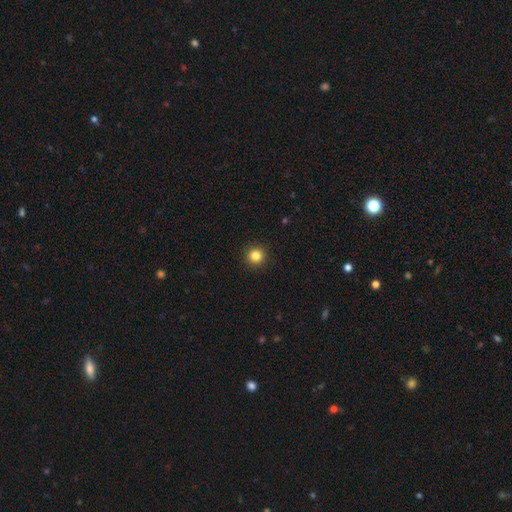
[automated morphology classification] The model was most divided on "smooth or featured": smooth: 83%, star or artifact: 12%, featured or disk: 4%. More confident: how rounded — round (96%); merging — none (93%).